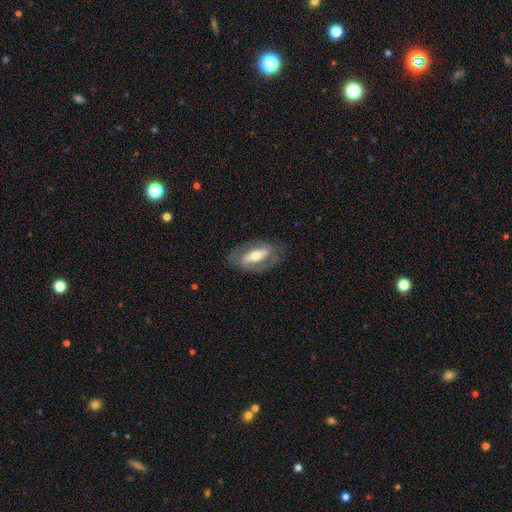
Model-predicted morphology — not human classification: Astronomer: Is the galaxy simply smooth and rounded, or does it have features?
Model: featured or disk — 69%.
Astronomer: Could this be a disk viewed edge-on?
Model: no — 86%.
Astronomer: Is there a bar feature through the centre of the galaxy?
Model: strong — 47% (runner-up: no, 29%).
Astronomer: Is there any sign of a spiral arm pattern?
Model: yes — 60% (runner-up: no, 40%).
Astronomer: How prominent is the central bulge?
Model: moderate — 67%.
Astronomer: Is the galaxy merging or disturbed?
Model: none — 76%.